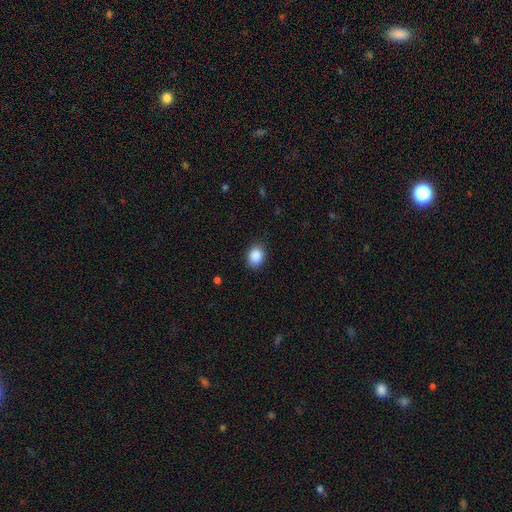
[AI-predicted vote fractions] smooth-or-featured: smooth: 89% | star or artifact: 8% | featured or disk: 3%
  how-rounded: in between: 56% | round: 43% | cigar-shaped: 1%
  merging: none: 86% | minor disturbance: 10% | major disturbance: 3% | merger: 1%